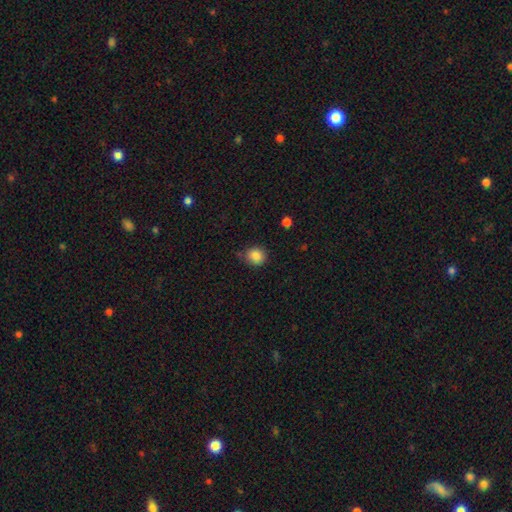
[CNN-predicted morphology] A smooth galaxy with no disk features (86%) that is round (81%). Merging: none (78%).